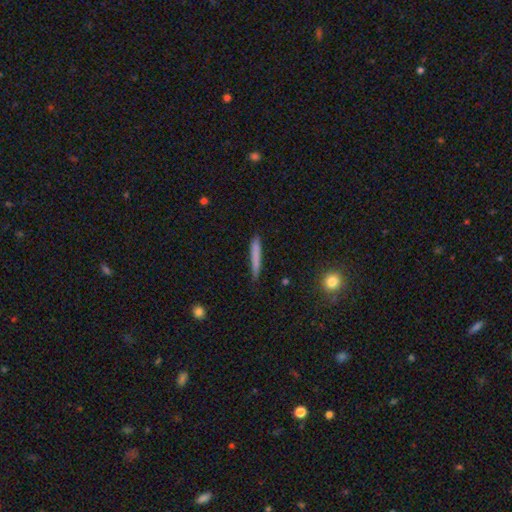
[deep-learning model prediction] smooth_or_featured: smooth (p=0.74) [alt: featured or disk p=0.20]
how_rounded: cigar-shaped (p=0.95) [alt: in between p=0.03]
merging: none (p=0.83) [alt: minor disturbance p=0.13]